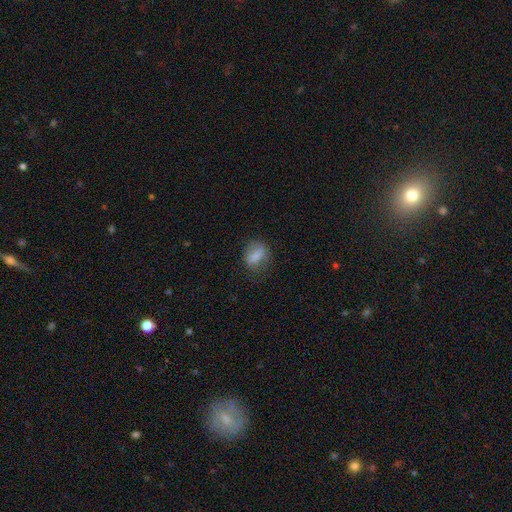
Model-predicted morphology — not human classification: smooth-or-featured: smooth: 75% | featured or disk: 16% | star or artifact: 9%
  how-rounded: in between: 68% | round: 28% | cigar-shaped: 4%
  merging: none: 65% | minor disturbance: 23% | major disturbance: 11% | merger: 1%